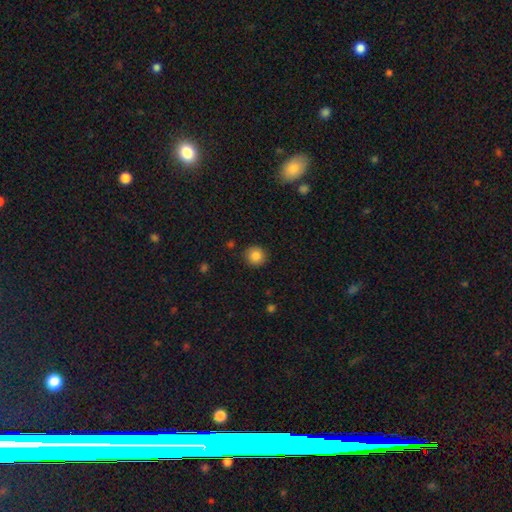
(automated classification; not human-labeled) This is clearly a smooth galaxy (85%). How rounded: clearly round (92%). Merging: clearly none (91%).